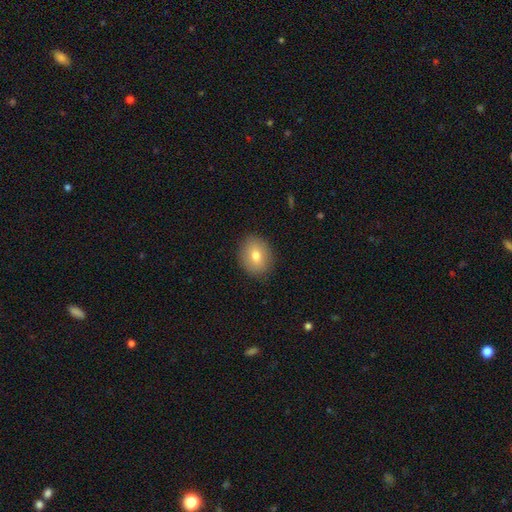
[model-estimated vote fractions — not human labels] Smooth or featured? Predicted: smooth (p=0.76). How rounded? Predicted: round (p=0.52). Merging? Predicted: none (p=0.87).